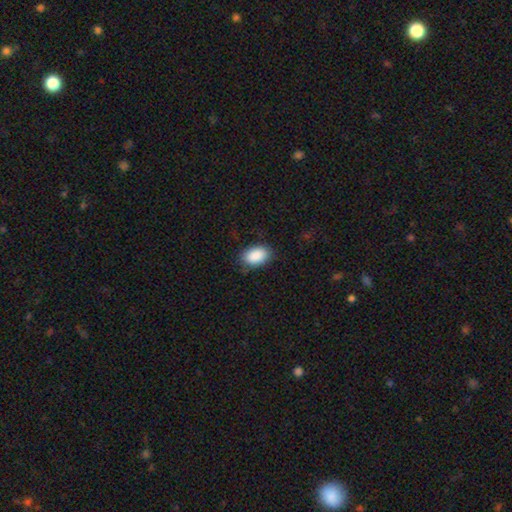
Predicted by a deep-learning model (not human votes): The model was most divided on "merging": none: 83%, minor disturbance: 13%, major disturbance: 3%, merger: 1%. More confident: how rounded — in between (90%); smooth or featured — smooth (90%).